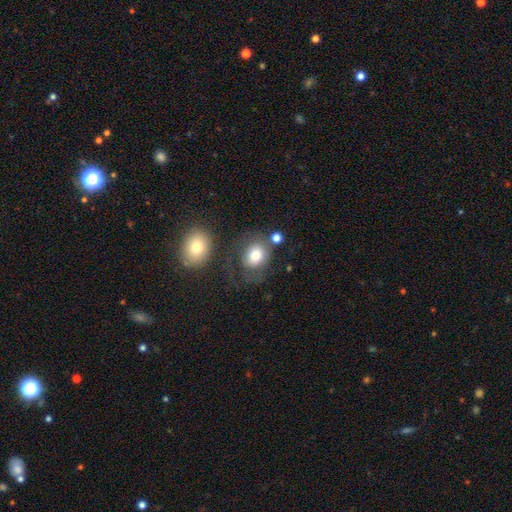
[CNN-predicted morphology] A smooth galaxy with no disk features (74%) that is in between round and cigar-shaped (51%). Merging: none (48%).